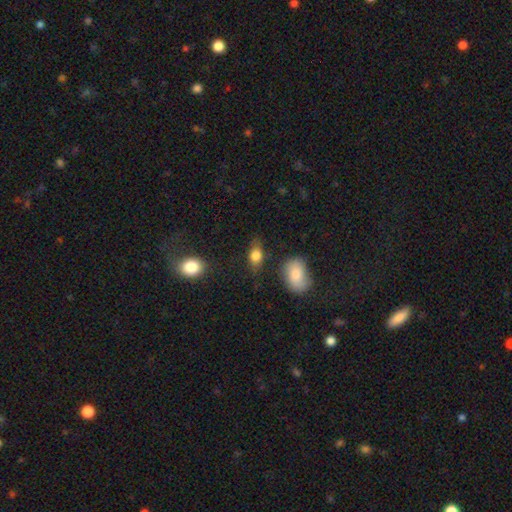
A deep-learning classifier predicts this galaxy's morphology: smooth-or-featured: smooth: 80% | featured or disk: 12% | star or artifact: 8%
  how-rounded: in between: 81% | round: 15% | cigar-shaped: 5%
  merging: none: 74% | minor disturbance: 18% | major disturbance: 5% | merger: 4%